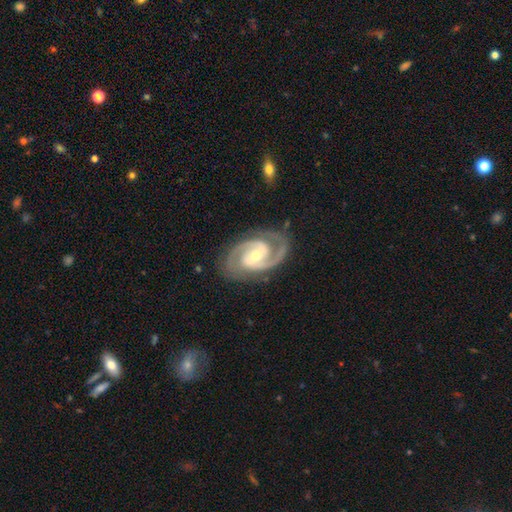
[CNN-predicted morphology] Overall: featured or disk (93%). Edge-on disk: no (97%). Bar: weak (41%, tied with strong). Spiral arms: yes (98%). Spiral arm count: 2 (91%). Spiral winding: medium (53%; tight 41%). Bulge size: small (51%; moderate 46%). Merging: none (83%).